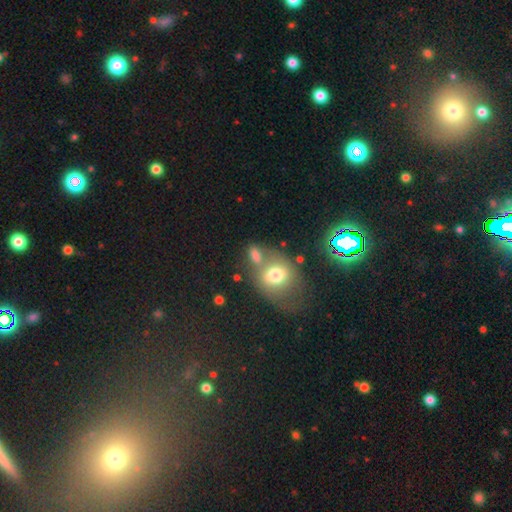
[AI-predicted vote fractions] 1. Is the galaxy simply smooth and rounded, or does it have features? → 70% smooth, 16% featured or disk, 14% star or artifact.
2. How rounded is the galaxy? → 66% in between, 30% round, 4% cigar-shaped.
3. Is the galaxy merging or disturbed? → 39% none (tied), 39% merger (tied), 13% minor disturbance, 9% major disturbance.